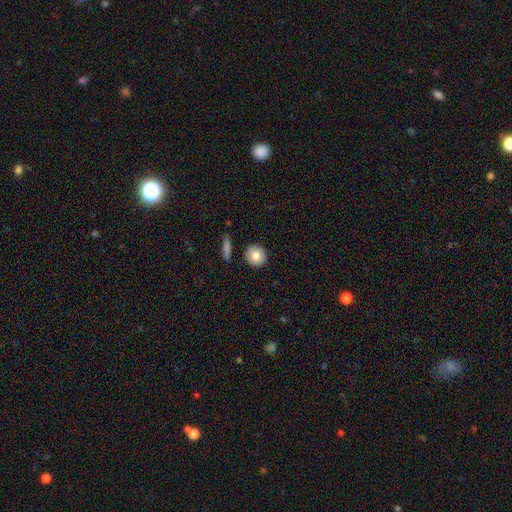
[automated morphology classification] Q: Smooth or featured?
A: smooth (79%); runner-up: featured or disk (13%)
Q: How rounded?
A: round (90%); runner-up: in between (9%)
Q: Merging?
A: none (89%); runner-up: minor disturbance (7%)